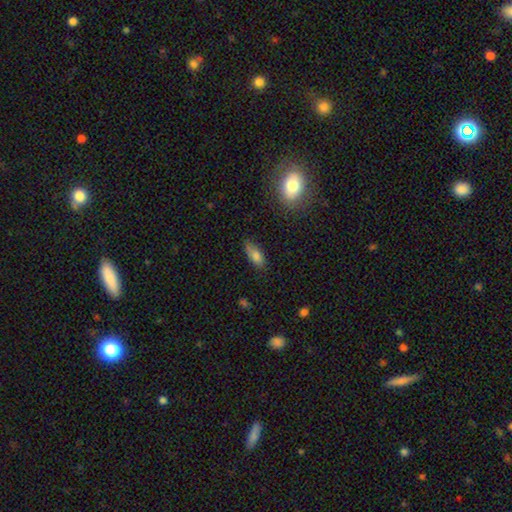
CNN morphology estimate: This appears to be a smooth galaxy with no disk features (79%) that is in between round and cigar-shaped (79%). Merging: none (67%).